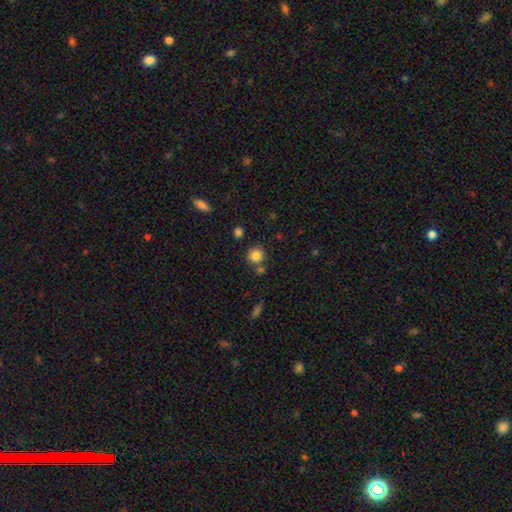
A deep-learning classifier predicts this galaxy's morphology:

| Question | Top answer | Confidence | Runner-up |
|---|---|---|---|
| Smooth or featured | smooth | 84% | star or artifact (11%) |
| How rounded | round | 91% | in between (8%) |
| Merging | none | 75% | merger (13%) |